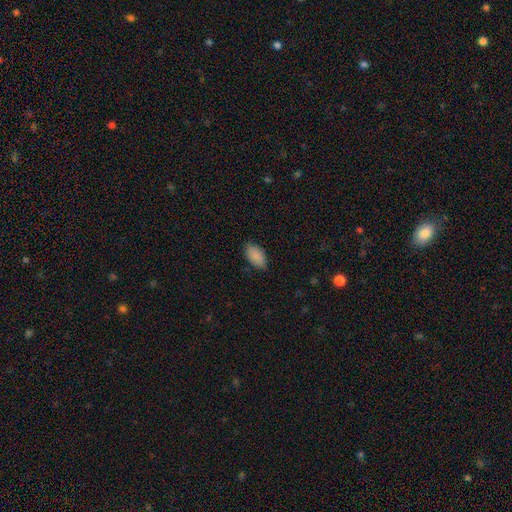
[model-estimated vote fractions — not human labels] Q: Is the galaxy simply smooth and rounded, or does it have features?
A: smooth — 89%.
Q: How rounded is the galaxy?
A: in between — 94%.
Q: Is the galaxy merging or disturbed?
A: none — 80%.